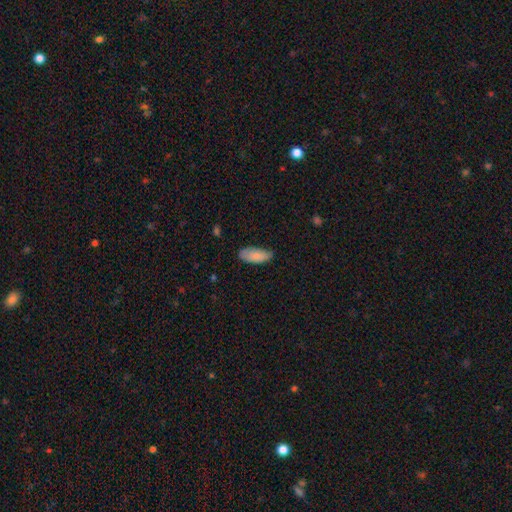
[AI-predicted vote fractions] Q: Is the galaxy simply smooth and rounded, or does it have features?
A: smooth — 85%.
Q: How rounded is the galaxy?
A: in between — 85%.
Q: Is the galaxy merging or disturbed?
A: none — 70%.